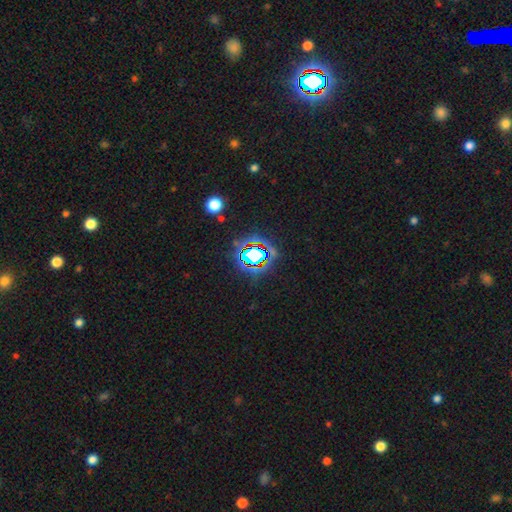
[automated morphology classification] This appears to be a star or artifact, not a galaxy (70%).